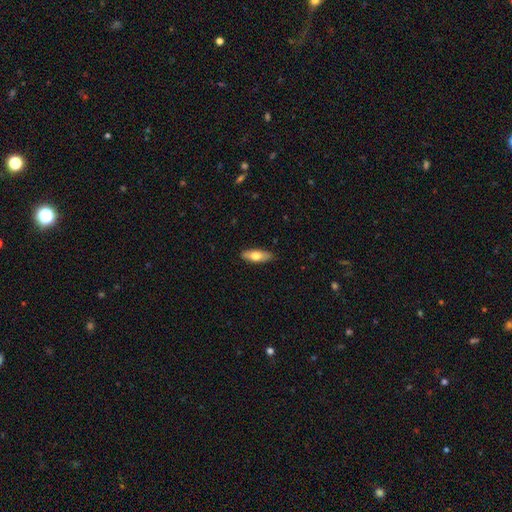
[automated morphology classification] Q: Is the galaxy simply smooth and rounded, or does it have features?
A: smooth — 67%.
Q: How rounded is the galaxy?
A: in between — 71%.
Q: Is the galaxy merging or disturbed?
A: none — 86%.